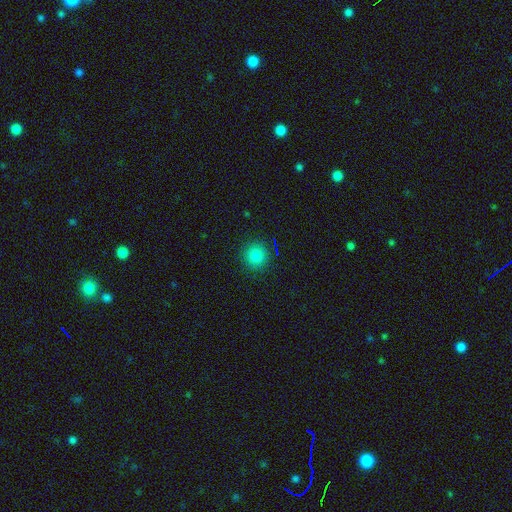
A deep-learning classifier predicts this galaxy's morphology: smooth_or_featured: smooth (p=0.82) [alt: star or artifact p=0.13]
how_rounded: round (p=0.94) [alt: in between p=0.05]
merging: none (p=0.91) [alt: minor disturbance p=0.06]